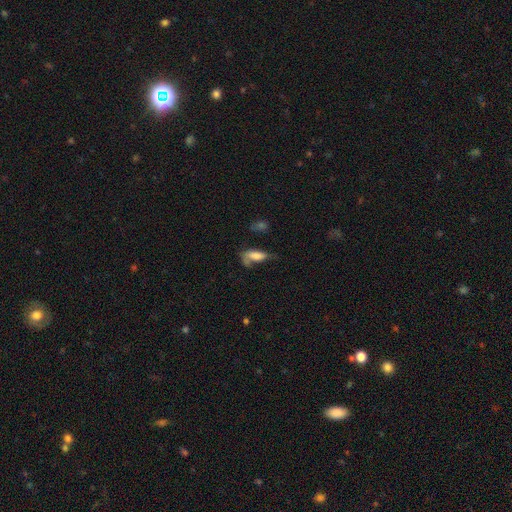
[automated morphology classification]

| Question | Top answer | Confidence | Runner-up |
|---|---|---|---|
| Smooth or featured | smooth | 71% | featured or disk (19%) |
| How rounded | in between | 74% | cigar-shaped (23%) |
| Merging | none | 31% | major disturbance (29%) |